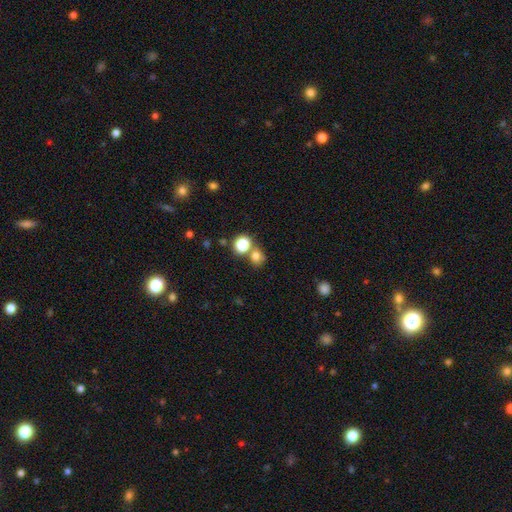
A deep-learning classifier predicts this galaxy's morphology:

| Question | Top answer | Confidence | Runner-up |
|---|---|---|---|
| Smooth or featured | smooth | 73% | star or artifact (18%) |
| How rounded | round | 73% | in between (26%) |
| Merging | none | 53% | merger (34%) |